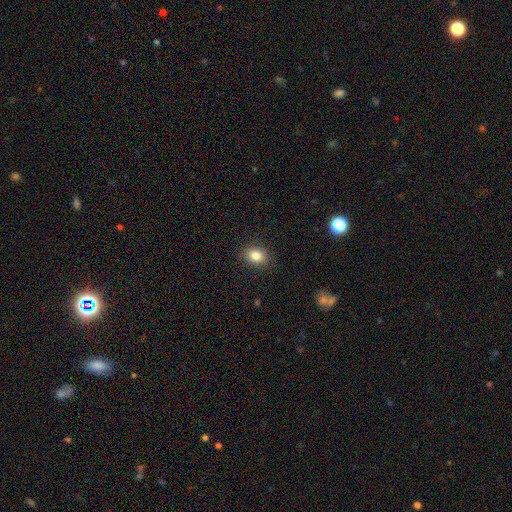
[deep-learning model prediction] Smooth or featured? smooth (83%)
How rounded? in between (58%)
Merging? none (87%)